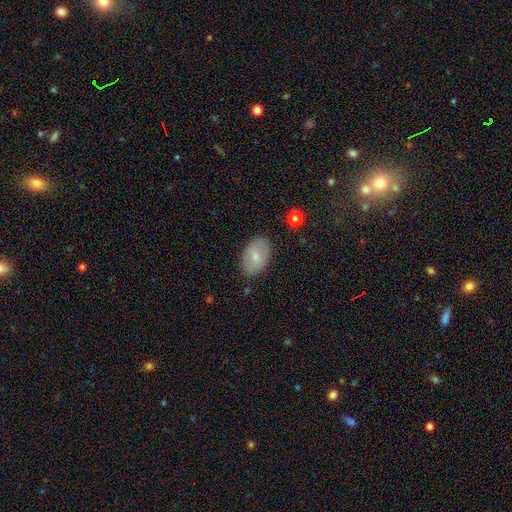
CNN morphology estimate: The model was most divided on "smooth or featured": smooth: 69%, featured or disk: 23%, star or artifact: 9%. More confident: how rounded — in between (91%); merging — none (84%).